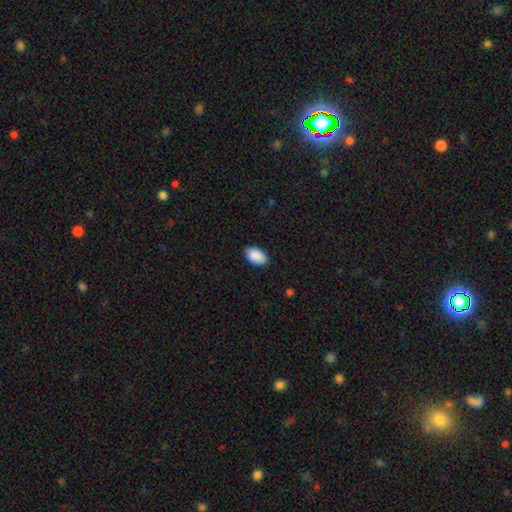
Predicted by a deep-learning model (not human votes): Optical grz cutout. It shows a smooth galaxy with no disk features (91%) that is in between round and cigar-shaped (94%). Merging: none (87%).